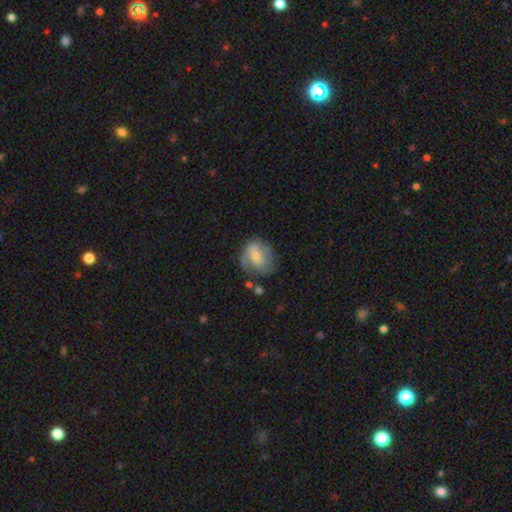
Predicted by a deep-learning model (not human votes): Smooth or featured? featured or disk (58%)
Edge-on disk? no (97%)
Bar? weak (44%)
Spiral arms? yes (78%)
Bulge size? small (48%)
Merging? none (56%)